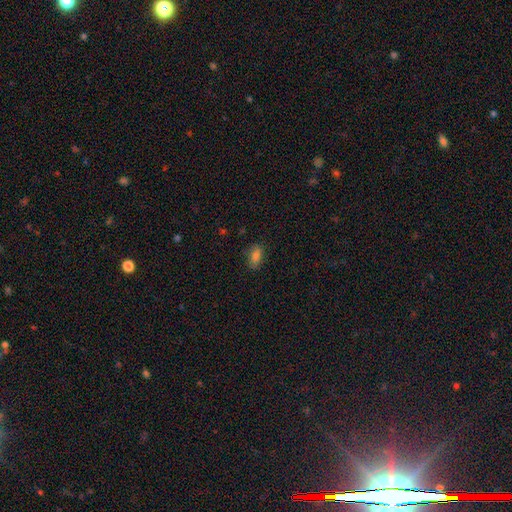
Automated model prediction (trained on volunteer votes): A smooth galaxy with no disk features (82%) that is in between round and cigar-shaped (88%). Merging: none (82%).